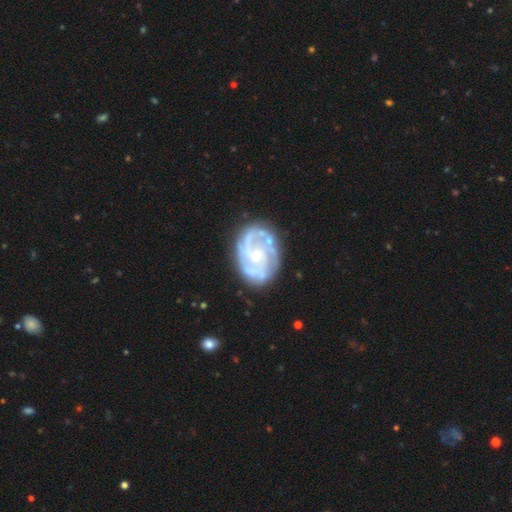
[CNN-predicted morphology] type=featured or disk (87%); edge-on=no (98%); bar=no (63%); spiral arms=yes (95%); winding=tight (50%); arm count=2 (35%); bulge=small (60%); merging=none (72%).